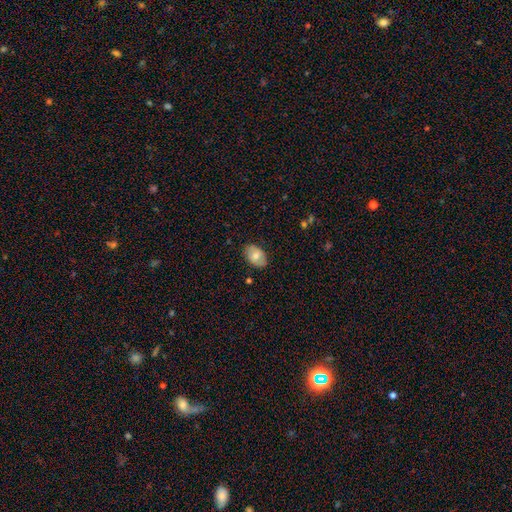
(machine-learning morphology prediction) smooth-or-featured: smooth: 66% | featured or disk: 27% | star or artifact: 7%
  how-rounded: in between: 88% | round: 11% | cigar-shaped: 1%
  merging: none: 83% | minor disturbance: 13% | major disturbance: 3% | merger: 1%